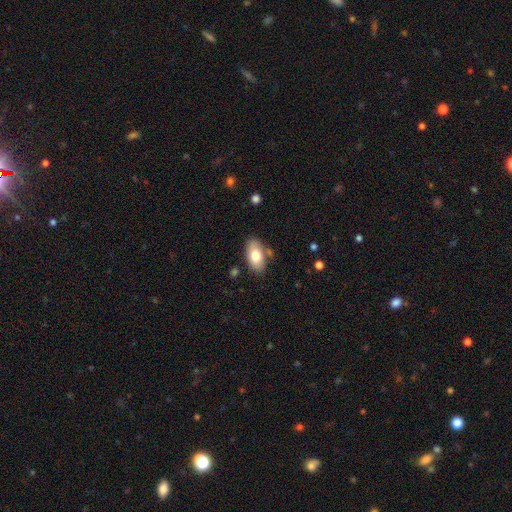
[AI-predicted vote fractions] smooth_or_featured: smooth (p=0.77) [alt: featured or disk p=0.17]
how_rounded: in between (p=0.93) [alt: round p=0.05]
merging: none (p=0.78) [alt: minor disturbance p=0.14]